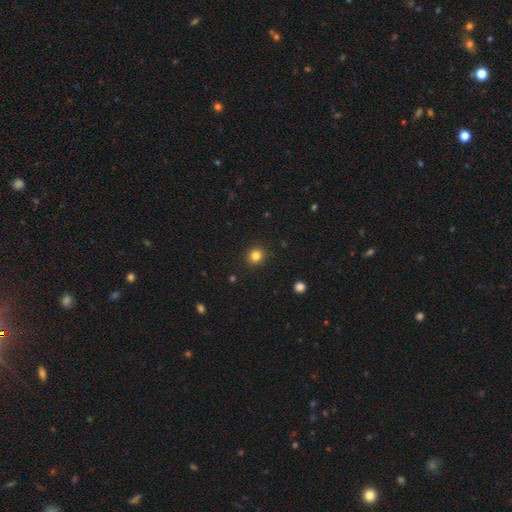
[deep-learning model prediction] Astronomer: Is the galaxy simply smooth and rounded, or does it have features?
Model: smooth — 83%.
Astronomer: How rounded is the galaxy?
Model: round — 90%.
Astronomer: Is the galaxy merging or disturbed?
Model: none — 92%.